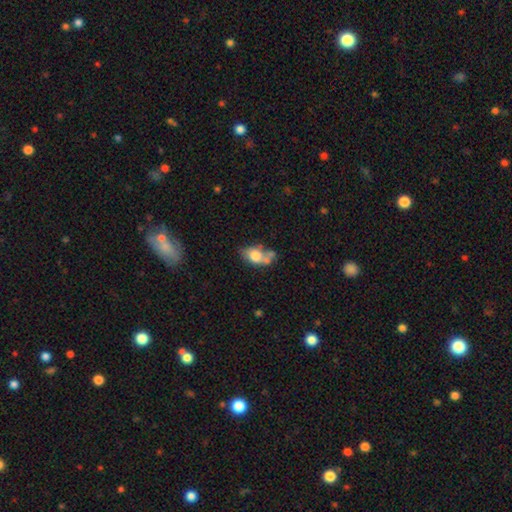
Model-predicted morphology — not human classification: smooth-or-featured: smooth: 66% | featured or disk: 24% | star or artifact: 9%
  how-rounded: in between: 77% | round: 20% | cigar-shaped: 3%
  merging: merger: 38% | none: 29% | minor disturbance: 19% | major disturbance: 14%